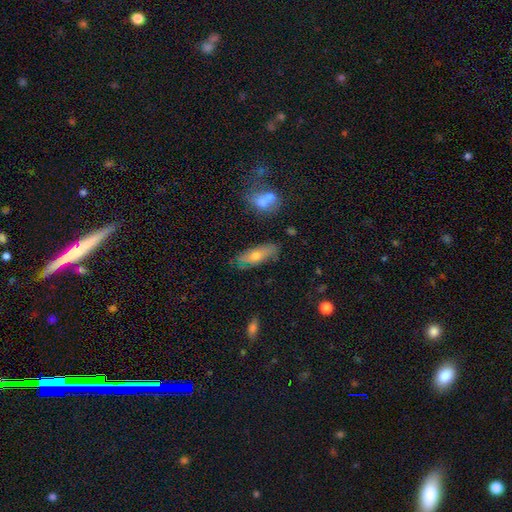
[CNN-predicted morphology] Smooth or featured? smooth (54%)
How rounded? in between (57%)
Merging? none (74%)